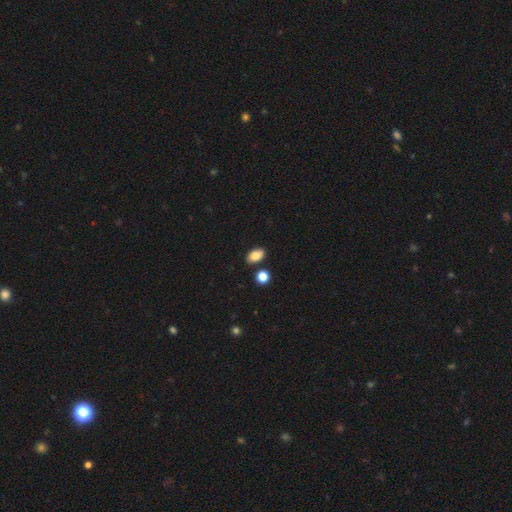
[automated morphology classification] type=smooth (85%); roundness=in between (88%); merging=none (81%).